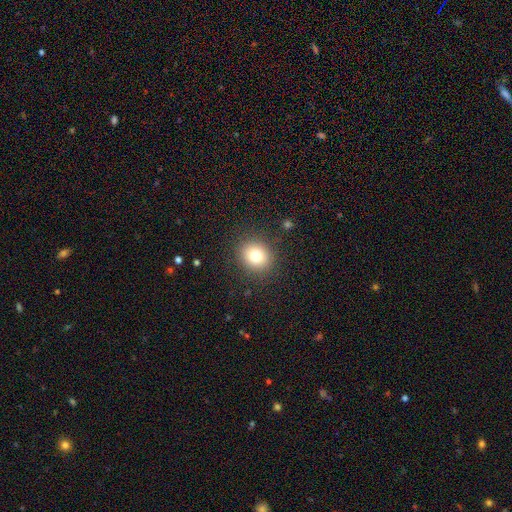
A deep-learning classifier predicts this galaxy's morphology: smooth_or_featured: smooth (p=0.78) [alt: star or artifact p=0.12]
how_rounded: round (p=0.81) [alt: in between p=0.18]
merging: none (p=0.88) [alt: minor disturbance p=0.07]